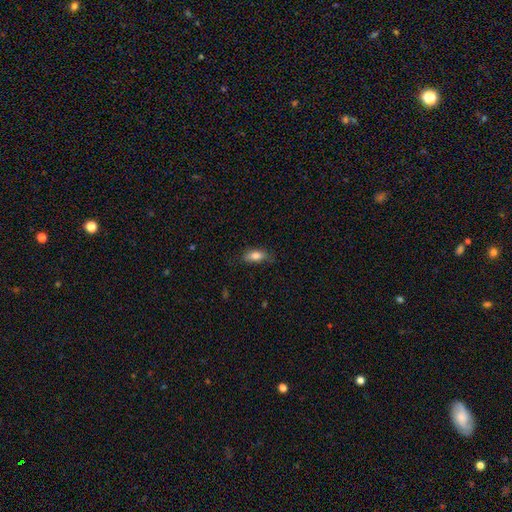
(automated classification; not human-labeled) smooth-or-featured: smooth: 80% | featured or disk: 13% | star or artifact: 8%
  how-rounded: in between: 83% | cigar-shaped: 13% | round: 4%
  merging: none: 71% | minor disturbance: 23% | major disturbance: 5% | merger: 1%